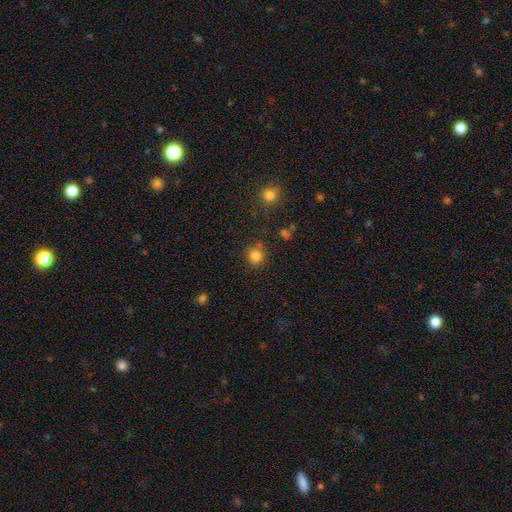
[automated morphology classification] Overall: smooth (83%). How rounded: round (93%). Merging: none (80%).